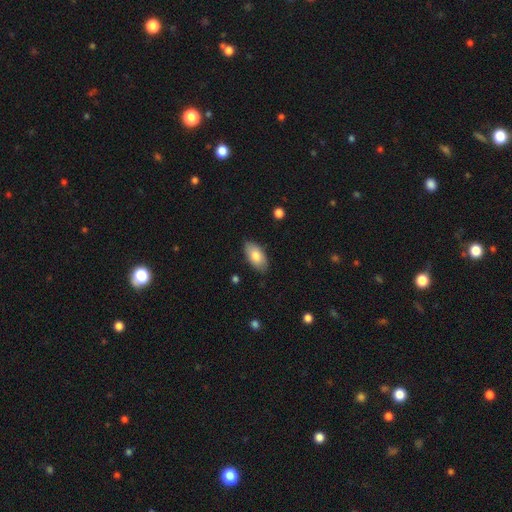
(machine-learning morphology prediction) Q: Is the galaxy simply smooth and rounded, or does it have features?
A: smooth — 79%.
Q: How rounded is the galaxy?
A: in between — 94%.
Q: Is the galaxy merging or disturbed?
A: none — 84%.